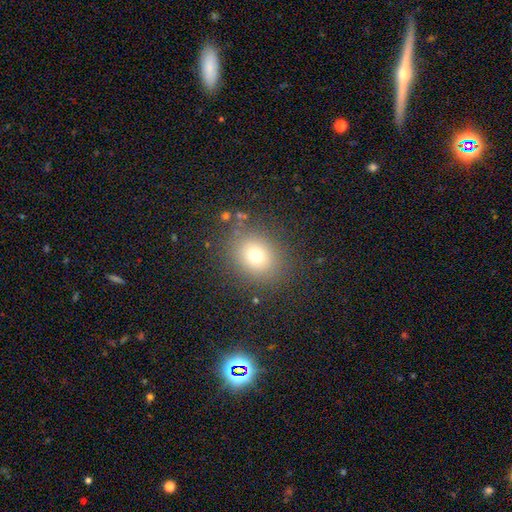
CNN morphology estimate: This is likely a smooth galaxy (71%). How rounded: likely round (73%). Merging: clearly none (84%).